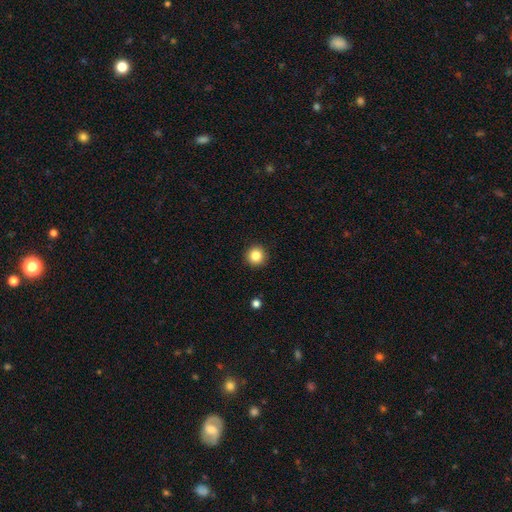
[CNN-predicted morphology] A smooth galaxy with no disk features (85%) that is round (96%).

Vote fractions:
- Smooth or featured? smooth: 85% / star or artifact: 10% / featured or disk: 5%
- How rounded? round: 96% / in between: 4% / cigar-shaped: 1%
- Merging? none: 92% / minor disturbance: 5% / major disturbance: 2% / merger: 1%